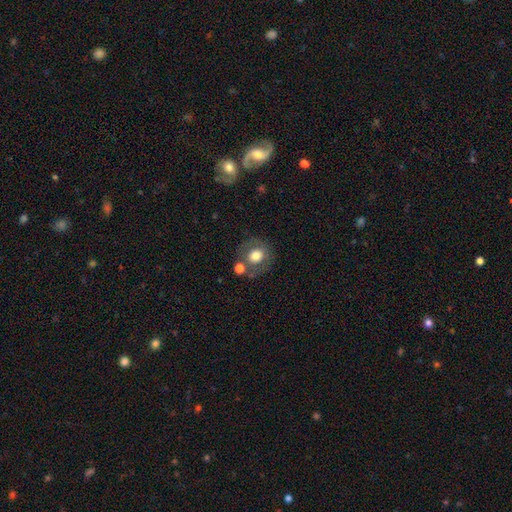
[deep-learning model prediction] Smooth or featured? Predicted: smooth (p=0.67). How rounded? Predicted: round (p=0.79). Merging? Predicted: none (p=0.65).